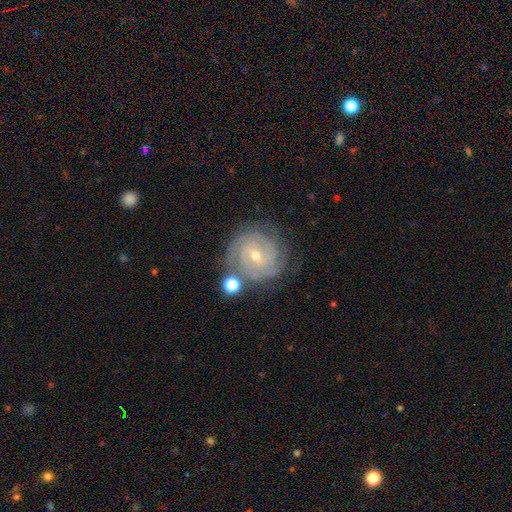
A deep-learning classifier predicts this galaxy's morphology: Smooth or featured?
  - featured or disk: 82% *
  - smooth: 10%
  - star or artifact: 7%
Edge-on disk?
  - no: 97% *
  - yes: 3%
Bar?
  - no: 52% *
  - weak: 38%
  - strong: 10%
Spiral arms?
  - yes: 96% *
  - no: 4%
Spiral winding?
  - tight: 79% *
  - medium: 17%
  - loose: 3%
Spiral arm count?
  - can't tell: 30% *
  - 3: 24%
  - 2: 22%
  - 4: 14%
  - more than 4: 5%
  - 1: 5%
Bulge size?
  - small: 56% *
  - moderate: 41%
  - large: 1%
  - none: 1%
  - dominant: 1%
Merging?
  - none: 74% *
  - minor disturbance: 15%
  - merger: 6%
  - major disturbance: 5%